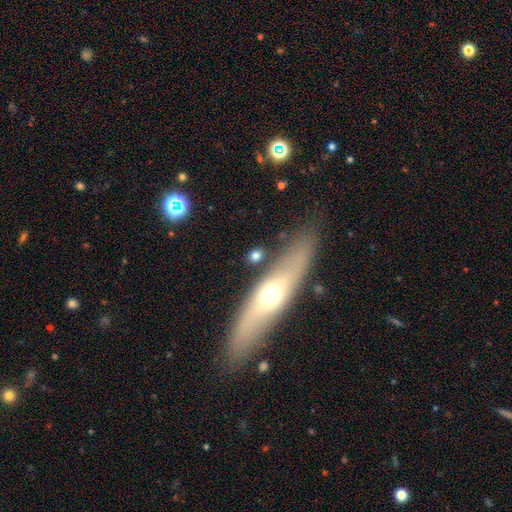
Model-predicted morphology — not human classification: smooth_or_featured: smooth (p=0.69) [alt: featured or disk p=0.21]
how_rounded: in between (p=0.42) [alt: round p=0.33]
merging: none (p=0.80) [alt: minor disturbance p=0.10]